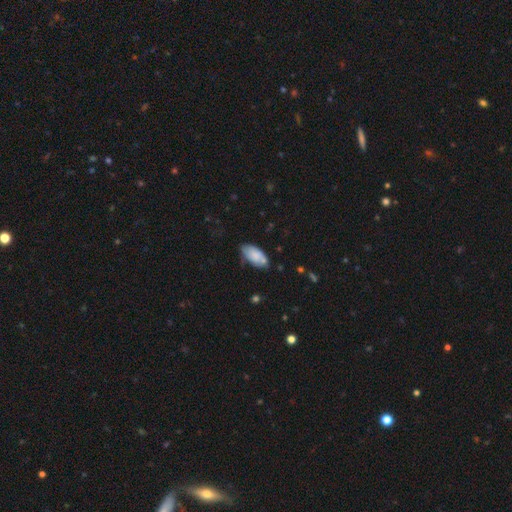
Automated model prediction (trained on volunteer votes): This is likely a smooth galaxy (79%). How rounded: clearly in between (93%). Merging: possibly none (60%).